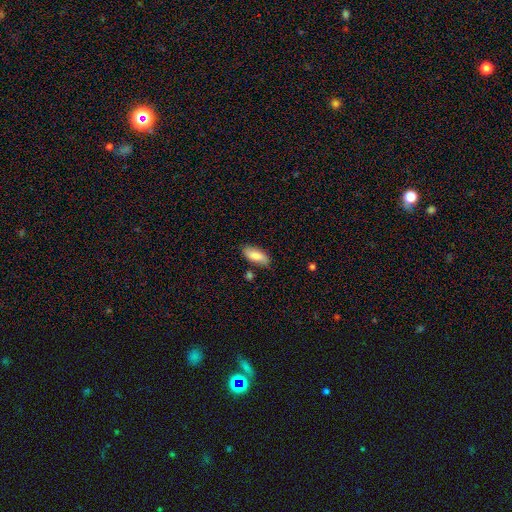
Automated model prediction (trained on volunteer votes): A smooth galaxy with no disk features (80%) that is in between round and cigar-shaped (86%). Merging: none (77%).